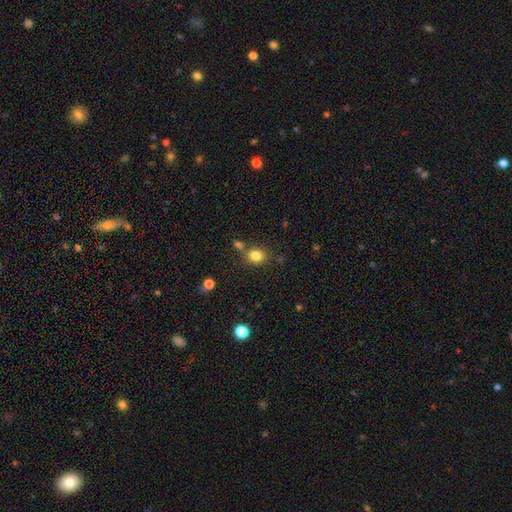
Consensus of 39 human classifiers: smooth-or-featured: smooth: 92% | star or artifact: 5% | featured or disk: 3%
  how-rounded: round: 64% | in between: 36% | cigar-shaped: 0%
  merging: none: 70% | minor disturbance: 19% | merger: 11% | major disturbance: 0%